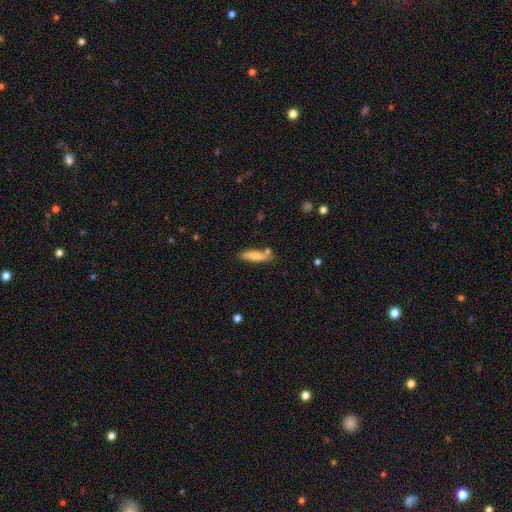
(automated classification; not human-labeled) Q: Smooth or featured?
A: smooth (75%); runner-up: featured or disk (19%)
Q: How rounded?
A: cigar-shaped (74%); runner-up: in between (24%)
Q: Merging?
A: none (72%); runner-up: minor disturbance (15%)